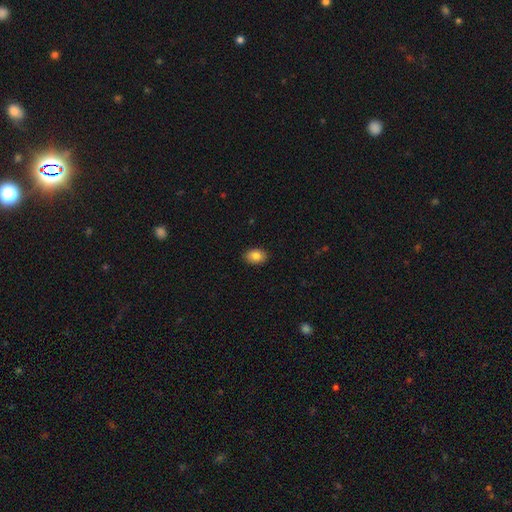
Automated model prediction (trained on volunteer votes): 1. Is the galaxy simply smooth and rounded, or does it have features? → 87% smooth, 8% star or artifact, 5% featured or disk.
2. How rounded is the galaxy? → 79% in between, 20% round, 1% cigar-shaped.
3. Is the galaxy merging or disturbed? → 89% none, 8% minor disturbance, 2% major disturbance, 1% merger.